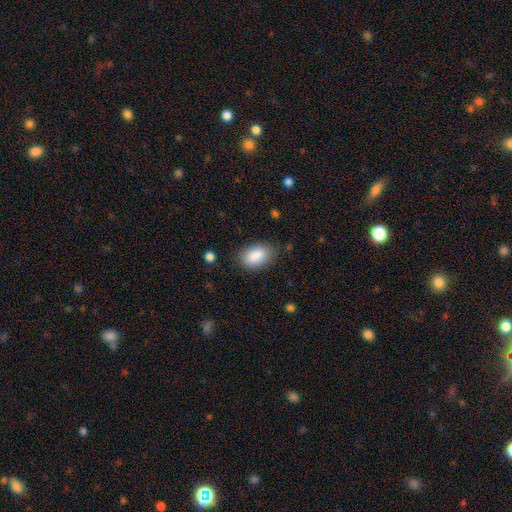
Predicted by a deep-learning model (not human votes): smooth 88%, star or artifact 7%, featured or disk 5%. Down the decision tree: how rounded — in between (92%); merging — none (80%).